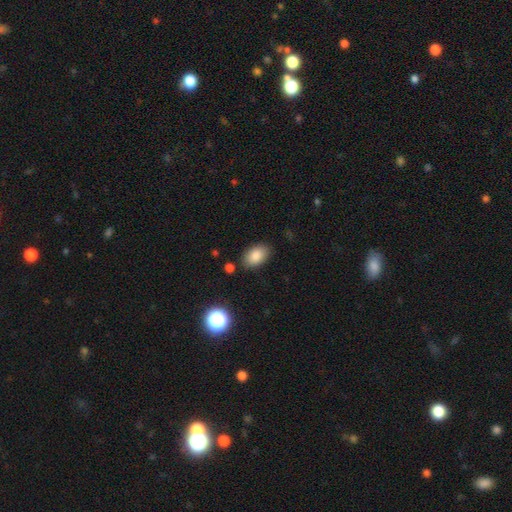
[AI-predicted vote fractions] Overall: smooth (85%). How rounded: in between (90%). Merging: none (83%).